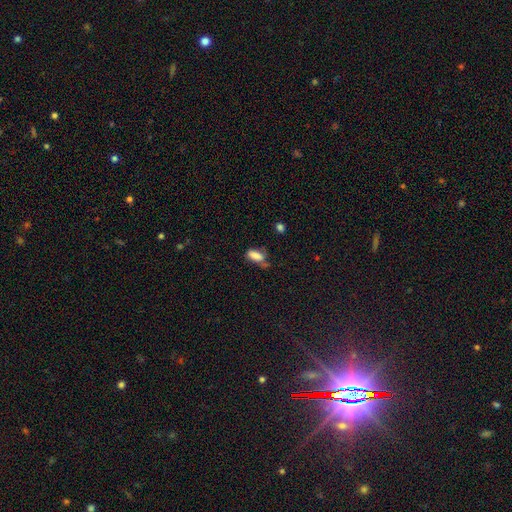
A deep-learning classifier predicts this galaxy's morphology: A smooth galaxy with no disk features (80%) that is in between round and cigar-shaped (82%). Merging: none (43%).